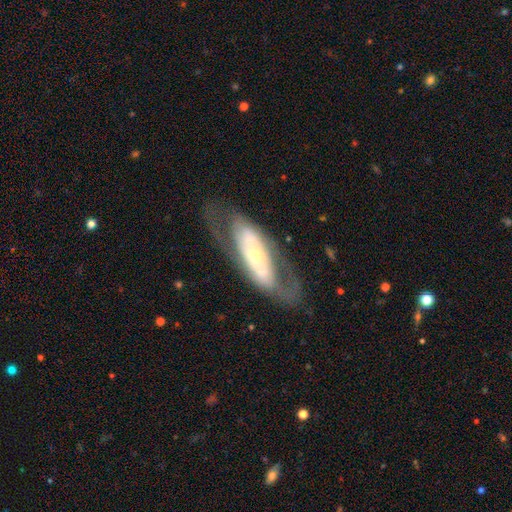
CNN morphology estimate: A featured or disk galaxy (71%) with no bar (66%), spiral arms (55%) and a small central bulge (57%).

Vote fractions:
- Smooth or featured? featured or disk: 71% / smooth: 23% / star or artifact: 6%
- Edge-on disk? no: 82% / yes: 18%
- Bar? no: 66% / strong: 17% / weak: 17%
- Spiral arms? yes: 55% / no: 45%
- Bulge size? small: 57% / moderate: 35% / large: 5% / dominant: 2% / none: 1%
- Merging? none: 64% / major disturbance: 17% / minor disturbance: 17% / merger: 2%